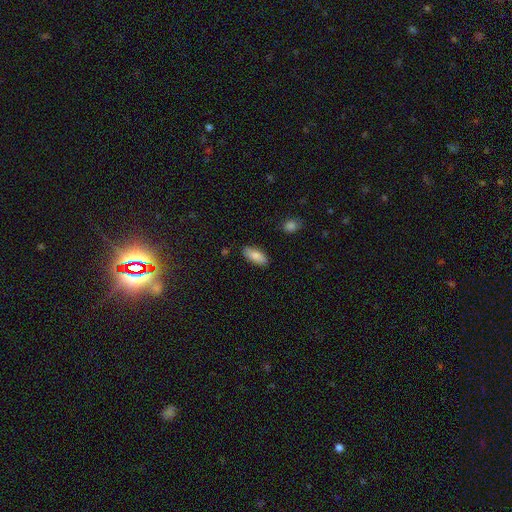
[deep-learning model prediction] Smooth or featured? Predicted: smooth (p=0.84). How rounded? Predicted: in between (p=0.85). Merging? Predicted: none (p=0.85).